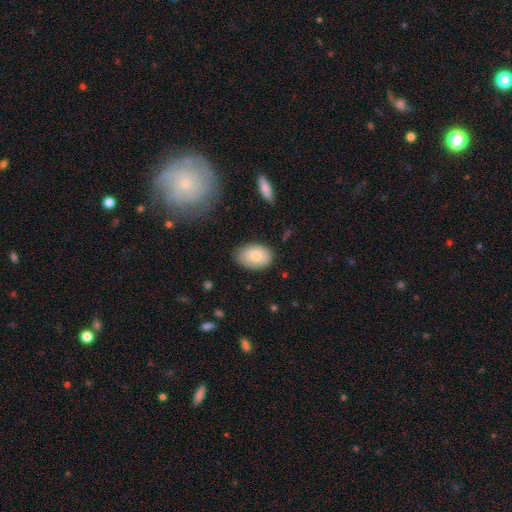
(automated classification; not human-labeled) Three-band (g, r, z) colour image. It shows a smooth galaxy with no disk features (78%) that is in between round and cigar-shaped (83%). Merging: none (81%).